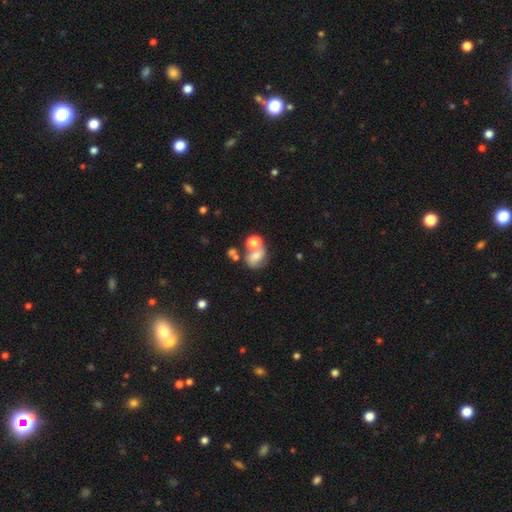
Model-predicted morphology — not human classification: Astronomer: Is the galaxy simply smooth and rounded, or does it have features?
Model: smooth — 59%.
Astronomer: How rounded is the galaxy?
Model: round — 50% (runner-up: in between, 49%).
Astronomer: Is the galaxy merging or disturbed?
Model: merger — 41% (runner-up: none, 36%).